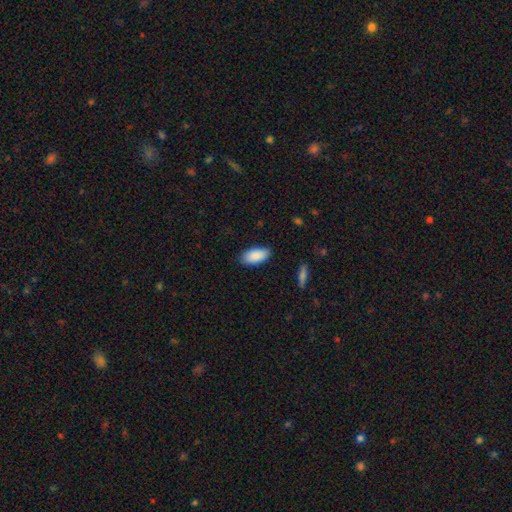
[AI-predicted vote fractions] This is clearly a smooth galaxy (89%). How rounded: clearly in between (92%). Merging: clearly none (85%).